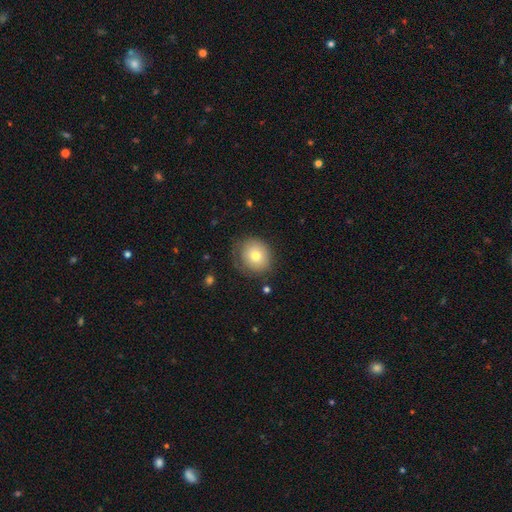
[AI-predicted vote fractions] Smooth or featured: smooth — 73% (featured or disk — 18%)
How rounded: round — 80% (in between — 19%)
Merging: none — 69% (minor disturbance — 21%)